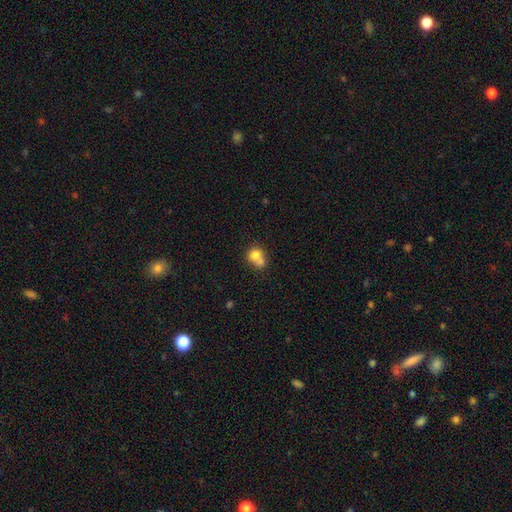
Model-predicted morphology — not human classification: A smooth galaxy with no disk features (74%) that is round (70%). Merging: merger (54%).